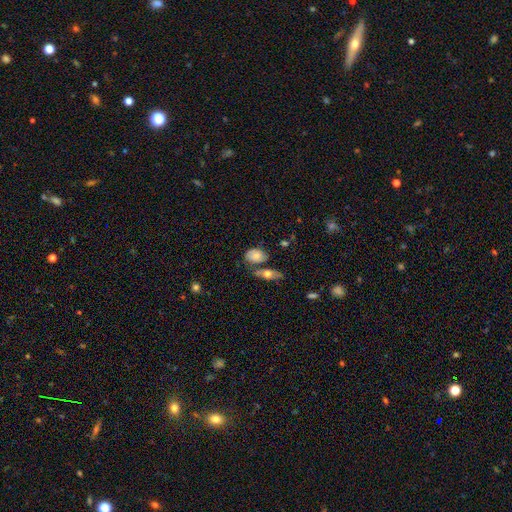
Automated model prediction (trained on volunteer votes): Smooth or featured? Predicted: smooth (p=0.65). How rounded? Predicted: in between (p=0.74). Merging? Predicted: none (p=0.50).